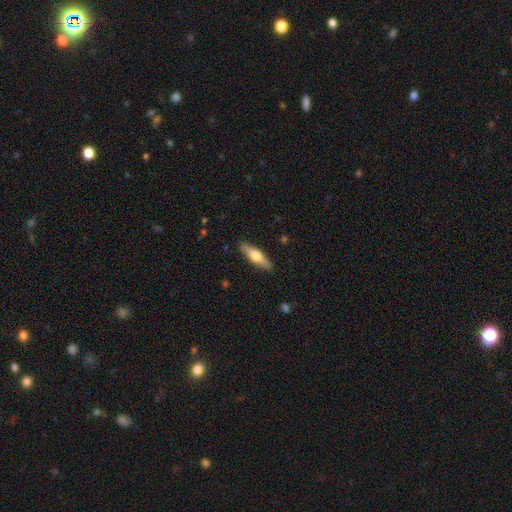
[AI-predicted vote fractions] A smooth galaxy with no disk features (52%) that is cigar-shaped (65%).

Vote fractions:
- Smooth or featured? smooth: 52% / featured or disk: 43% / star or artifact: 5%
- How rounded? cigar-shaped: 65% / in between: 33% / round: 2%
- Merging? none: 89% / minor disturbance: 8% / major disturbance: 2% / merger: 1%